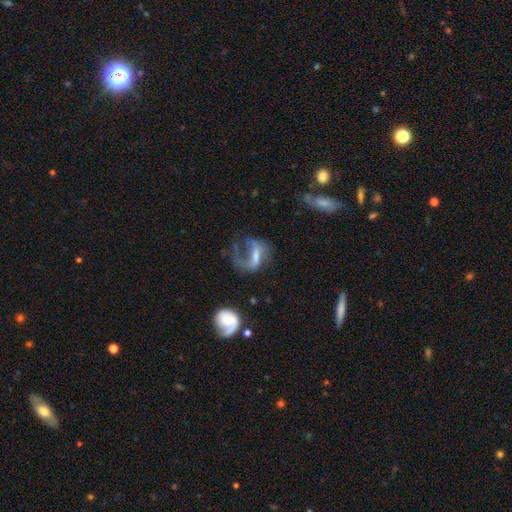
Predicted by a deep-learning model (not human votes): The model was most divided on "bulge size" (2-way tie): moderate: 33%, small: 33%, none: 26%, large: 7%, dominant: 2%. Remaining: edge-on disk — no (93%); spiral arms — yes (67%); smooth or featured — featured or disk (61%); merging — major disturbance (44%); bar — weak (37%).